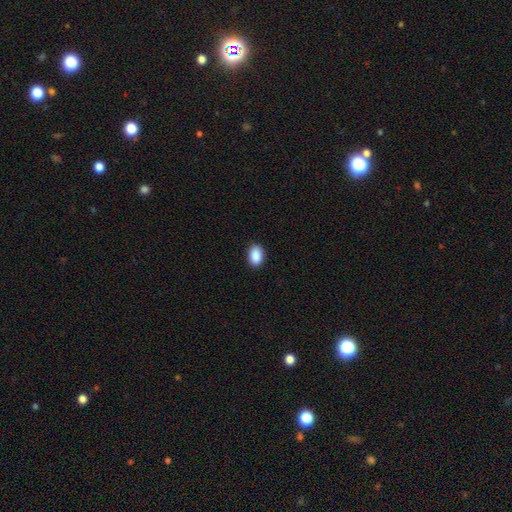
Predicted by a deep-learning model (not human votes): Smooth or featured? smooth (90%)
How rounded? in between (90%)
Merging? none (89%)